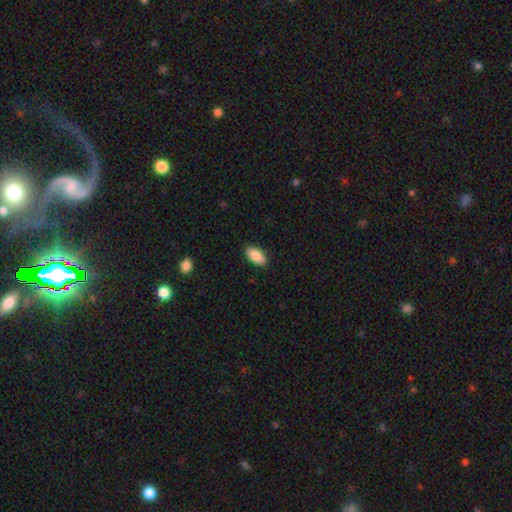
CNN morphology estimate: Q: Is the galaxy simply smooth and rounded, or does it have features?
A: smooth — 88%.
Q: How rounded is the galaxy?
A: in between — 94%.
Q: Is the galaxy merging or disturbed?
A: none — 89%.